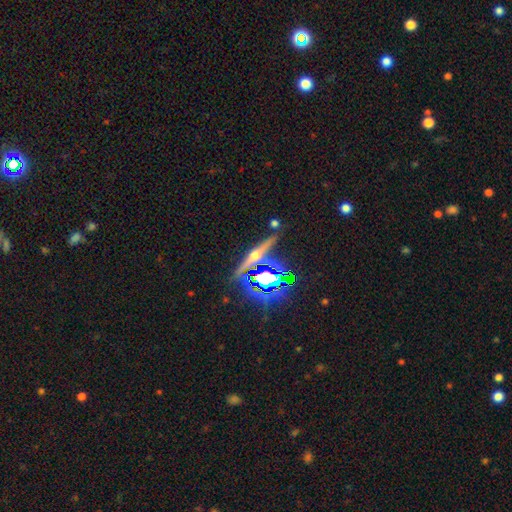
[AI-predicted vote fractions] Smooth or featured? featured or disk (53%)
Edge-on disk? yes (92%)
Merging? none (82%)